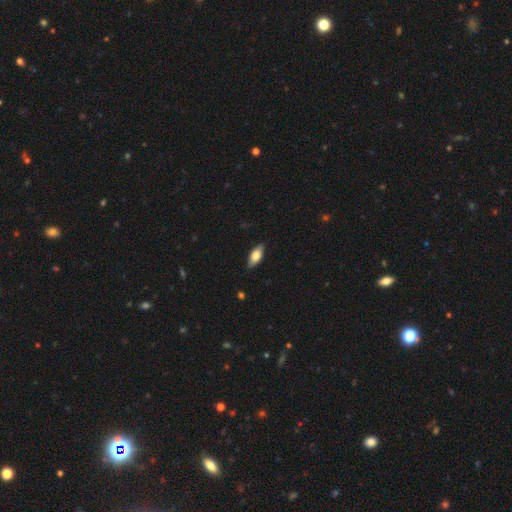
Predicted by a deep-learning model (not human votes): A smooth galaxy with no disk features (76%) that is in between round and cigar-shaped (86%). Merging: none (87%).